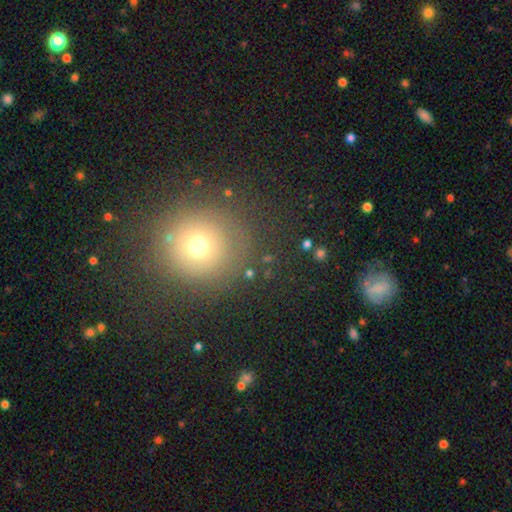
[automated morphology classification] A smooth galaxy with no disk features (59%) that is round (92%).

Vote fractions:
- Smooth or featured? smooth: 59% / star or artifact: 27% / featured or disk: 15%
- How rounded? round: 92% / in between: 7% / cigar-shaped: 1%
- Merging? none: 84% / minor disturbance: 9% / major disturbance: 5% / merger: 2%